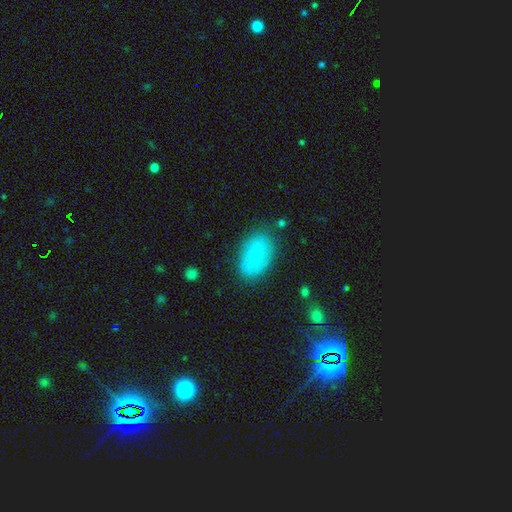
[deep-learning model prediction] The model was most divided on "merging": none: 80%, minor disturbance: 14%, major disturbance: 4%, merger: 2%. More confident: how rounded — in between (93%); smooth or featured — smooth (81%).